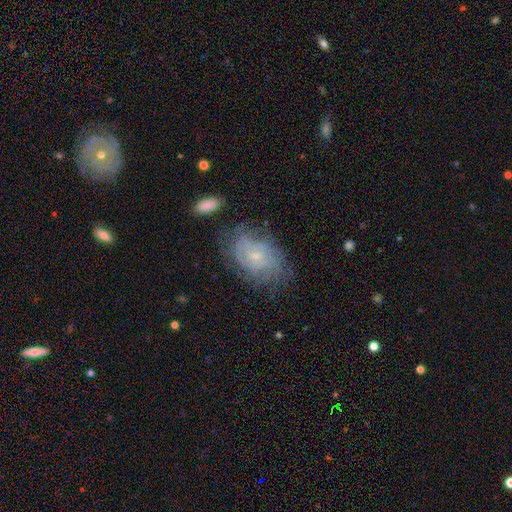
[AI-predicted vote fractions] Overall: featured or disk (68%). Edge-on disk: no (97%). Bar: no (74%). Spiral arms: yes (85%). Spiral arm count: can't tell (55%). Spiral winding: tight (62%; medium 28%). Bulge size: small (73%). Merging: none (64%).